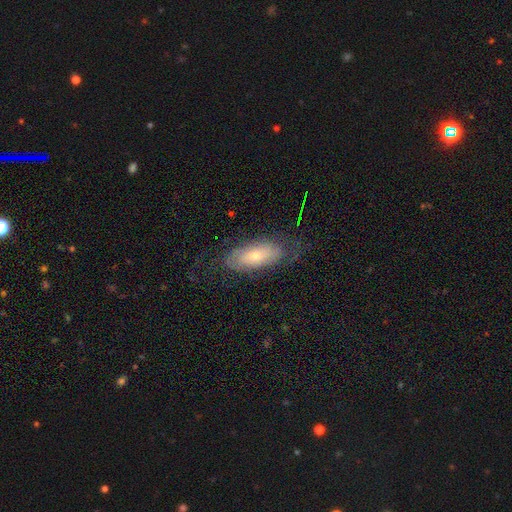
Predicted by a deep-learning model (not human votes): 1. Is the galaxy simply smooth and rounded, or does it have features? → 53% featured or disk, 40% smooth, 8% star or artifact.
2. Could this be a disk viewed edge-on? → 84% no, 16% yes.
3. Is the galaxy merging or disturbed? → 65% none, 22% minor disturbance, 12% major disturbance, 1% merger.